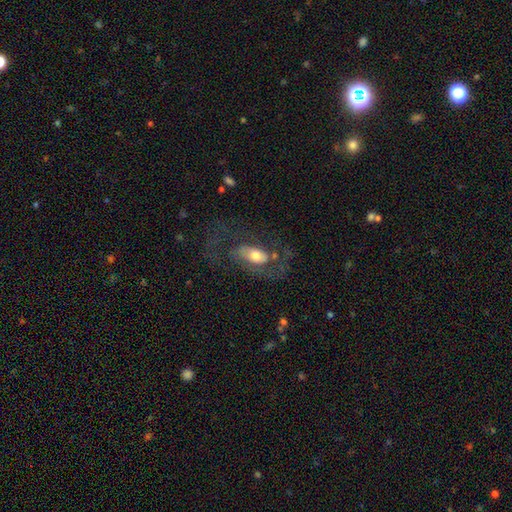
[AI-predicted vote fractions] Overall: featured or disk (53%; smooth 40%). Edge-on disk: no (89%). Merging: none (45%; major disturbance 33%).